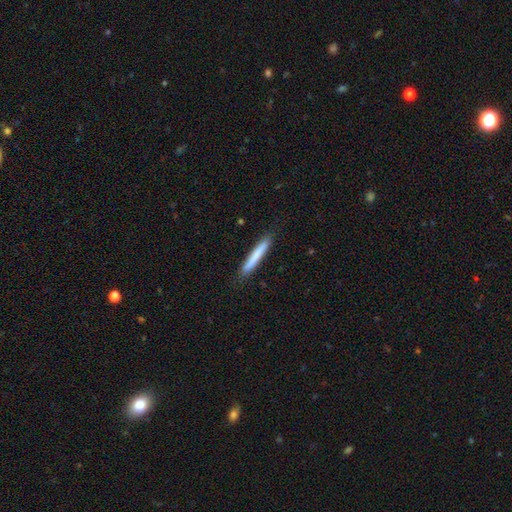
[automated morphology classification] type=smooth (77%); roundness=cigar-shaped (96%); merging=none (88%).